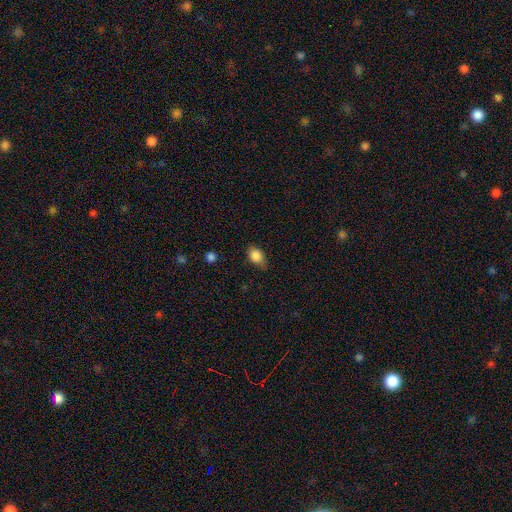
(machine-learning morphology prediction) This appears to be a smooth galaxy with no disk features (85%) that is in between round and cigar-shaped (75%). Merging: none (63%).